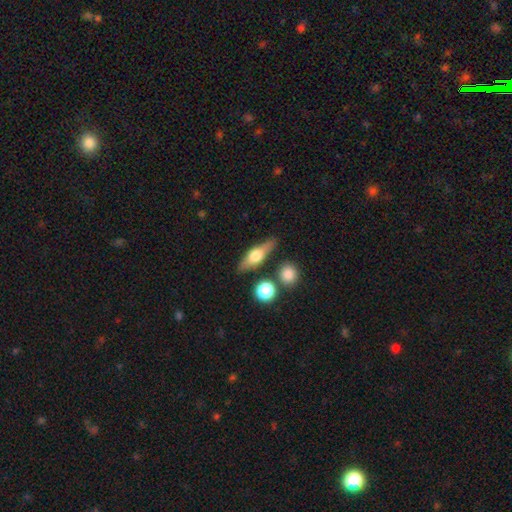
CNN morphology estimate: Smooth or featured? Predicted: featured or disk (p=0.52). Edge-on disk? Predicted: yes (p=0.89). Merging? Predicted: none (p=0.80).